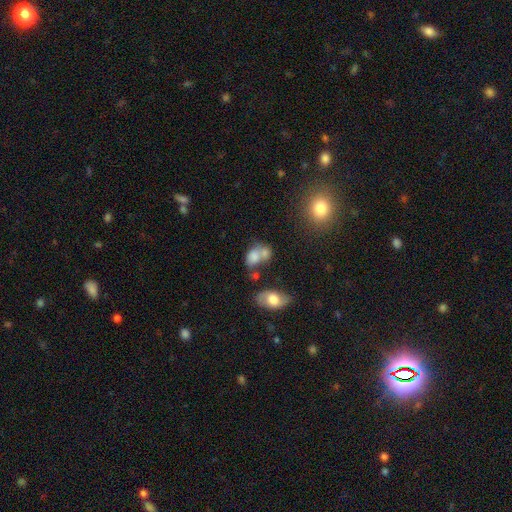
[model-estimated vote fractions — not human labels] Morphology: type=smooth (71%); roundness=in between (76%); merging=merger (51%).